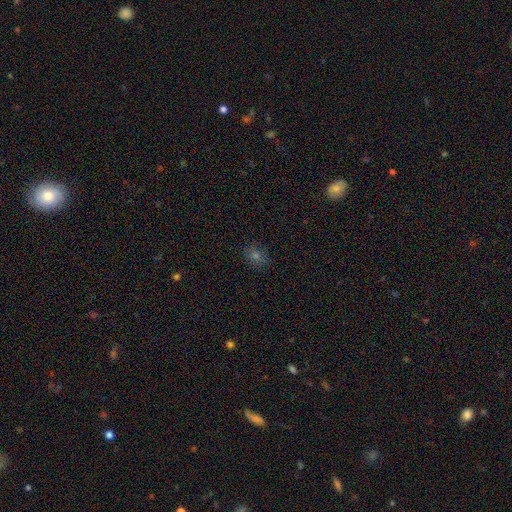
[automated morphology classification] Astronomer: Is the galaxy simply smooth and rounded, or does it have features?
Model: smooth — 58%.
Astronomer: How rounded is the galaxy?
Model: round — 59% (runner-up: in between, 39%).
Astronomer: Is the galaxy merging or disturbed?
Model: none — 84%.